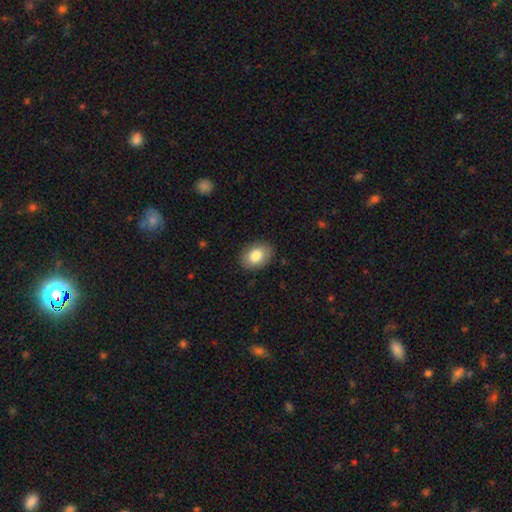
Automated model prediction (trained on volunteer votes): A smooth galaxy with no disk features (83%) that is in between round and cigar-shaped (78%). Merging: none (87%).